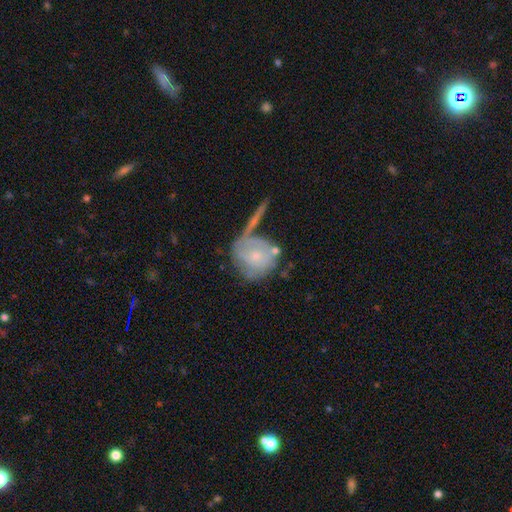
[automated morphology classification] A featured or disk galaxy (50%).

Vote fractions:
- Smooth or featured? featured or disk: 50% / smooth: 43% / star or artifact: 7%
- Merging? none: 42% / merger: 21% / minor disturbance: 20% / major disturbance: 16%